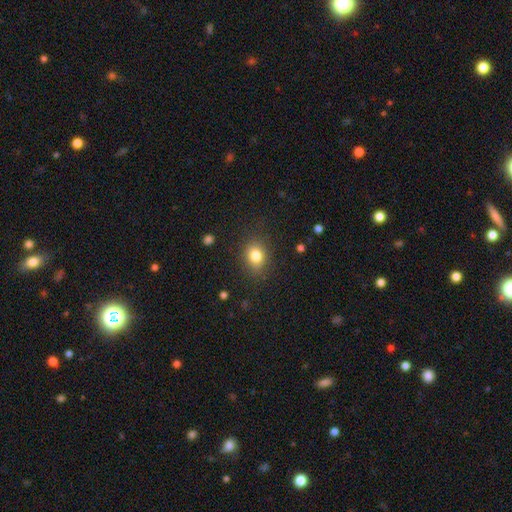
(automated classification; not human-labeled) Smooth or featured?
  - smooth: 81% *
  - star or artifact: 12%
  - featured or disk: 8%
How rounded?
  - round: 54% *
  - in between: 45%
  - cigar-shaped: 1%
Merging?
  - none: 83% *
  - minor disturbance: 12%
  - major disturbance: 4%
  - merger: 1%